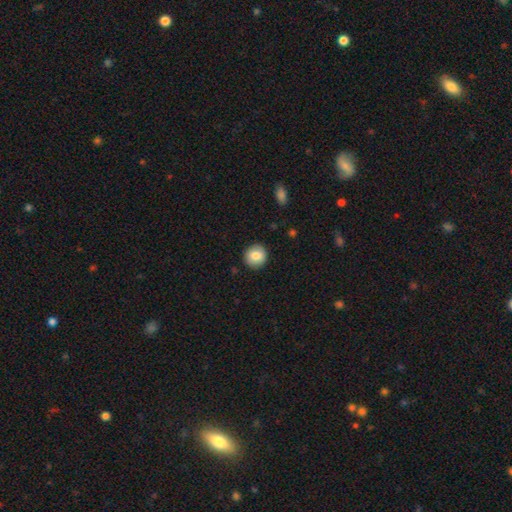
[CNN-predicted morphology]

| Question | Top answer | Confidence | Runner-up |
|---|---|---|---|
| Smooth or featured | smooth | 83% | featured or disk (9%) |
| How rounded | round | 88% | in between (11%) |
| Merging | none | 90% | minor disturbance (7%) |